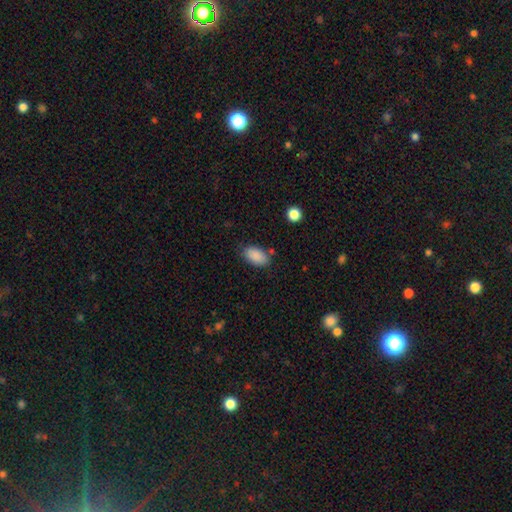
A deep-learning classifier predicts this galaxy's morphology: smooth_or_featured: smooth (p=0.89) [alt: star or artifact p=0.07]
how_rounded: in between (p=0.93) [alt: round p=0.04]
merging: none (p=0.78) [alt: minor disturbance p=0.15]